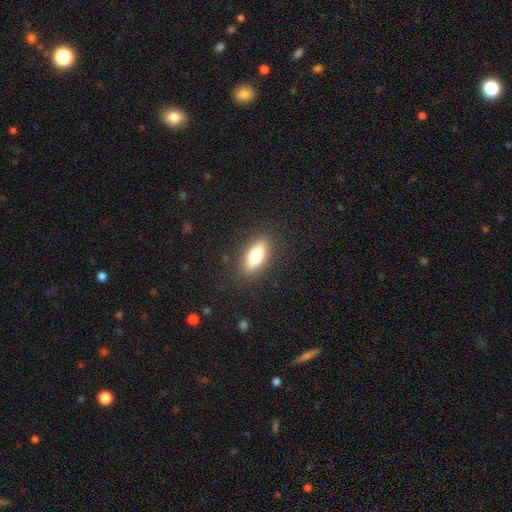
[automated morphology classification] A smooth galaxy with no disk features (69%) that is in between round and cigar-shaped (70%). Merging: none (86%).